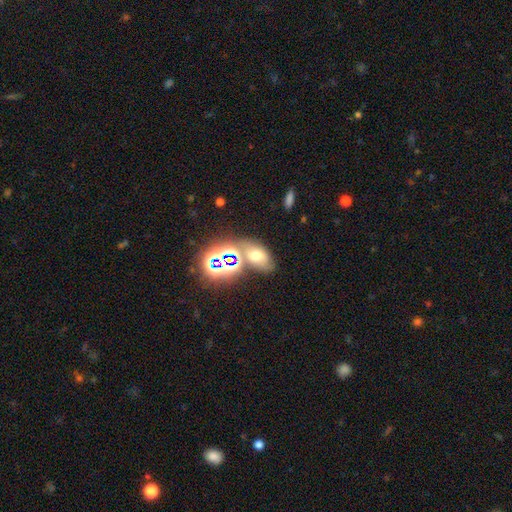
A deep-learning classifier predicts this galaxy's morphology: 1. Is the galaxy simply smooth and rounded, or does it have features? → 54% smooth, 29% star or artifact, 17% featured or disk.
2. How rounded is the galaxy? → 81% in between, 17% round, 2% cigar-shaped.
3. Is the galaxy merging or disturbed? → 58% none, 21% merger, 14% minor disturbance, 7% major disturbance.